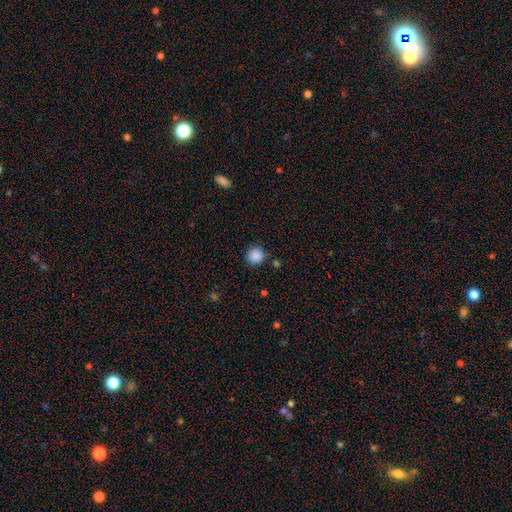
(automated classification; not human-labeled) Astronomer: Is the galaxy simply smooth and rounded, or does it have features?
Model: smooth — 88%.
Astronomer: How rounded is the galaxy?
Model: round — 93%.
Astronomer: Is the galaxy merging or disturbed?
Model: none — 86%.